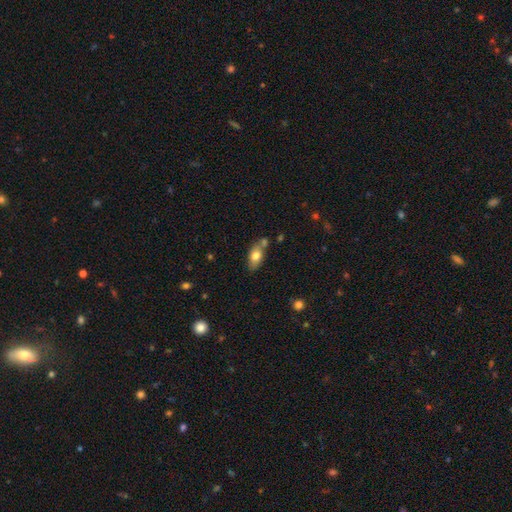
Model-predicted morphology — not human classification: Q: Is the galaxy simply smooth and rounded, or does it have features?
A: smooth — 73%.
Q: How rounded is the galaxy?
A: in between — 85%.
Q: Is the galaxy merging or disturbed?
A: none — 58%.